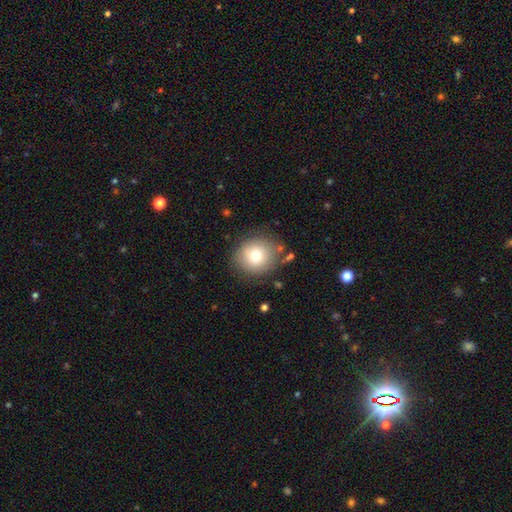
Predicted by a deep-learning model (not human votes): A smooth galaxy with no disk features (76%) that is round (86%). Merging: none (81%).